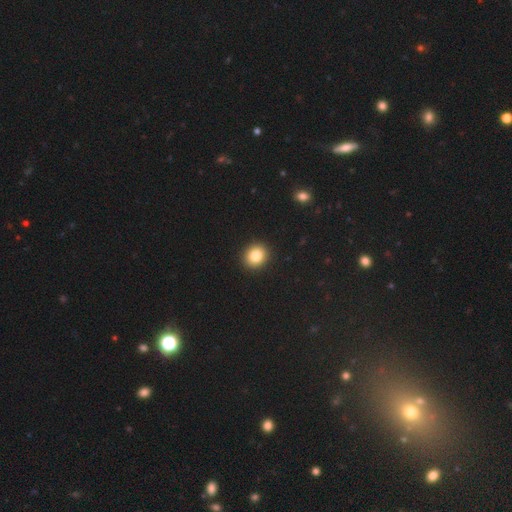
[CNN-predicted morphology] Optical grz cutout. It shows a smooth galaxy with no disk features (83%) that is round (78%). Merging: none (93%).